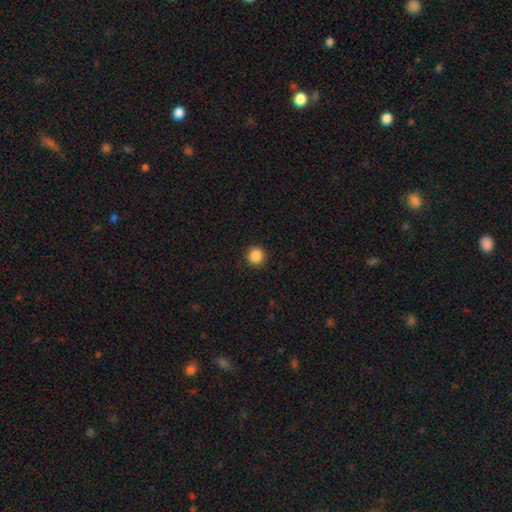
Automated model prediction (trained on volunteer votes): This appears to be a smooth galaxy with no disk features (87%) that is round (95%). Merging: none (92%).